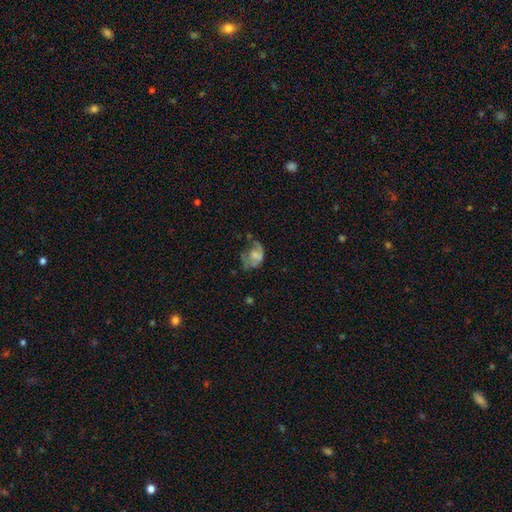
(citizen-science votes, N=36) A featured or disk galaxy (58%) with no bar (81%), no spiral arms (52%) and a moderate central bulge (43%).

Vote fractions:
- Smooth or featured? featured or disk: 58% / smooth: 33% / star or artifact: 8%
- Edge-on disk? no: 100% / yes: 0%
- Bar? no: 81% / weak: 19% / strong: 0%
- Spiral arms? no: 52% / yes: 48%
- Bulge size? moderate: 43% / none: 29% / small: 24% / large: 5% / dominant: 0%
- Merging? major disturbance: 64% / none: 24% / minor disturbance: 12% / merger: 0%